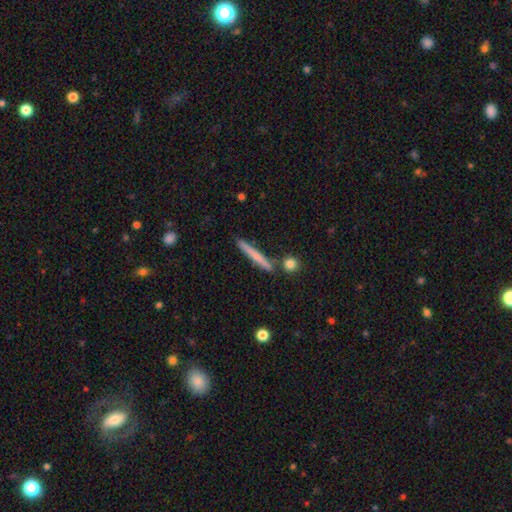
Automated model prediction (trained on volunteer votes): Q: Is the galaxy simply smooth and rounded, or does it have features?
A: smooth — 60%.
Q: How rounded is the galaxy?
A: cigar-shaped — 95%.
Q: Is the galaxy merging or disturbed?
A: none — 84%.